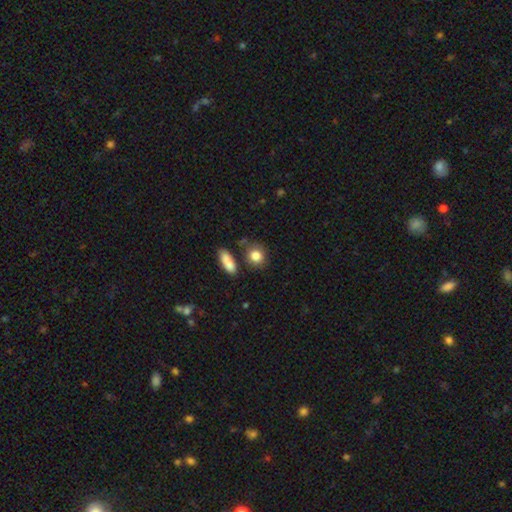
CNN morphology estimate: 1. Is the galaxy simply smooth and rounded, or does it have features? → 84% smooth, 8% star or artifact, 8% featured or disk.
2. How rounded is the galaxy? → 70% round, 27% in between, 3% cigar-shaped.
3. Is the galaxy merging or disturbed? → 68% none, 15% minor disturbance, 11% merger, 5% major disturbance.